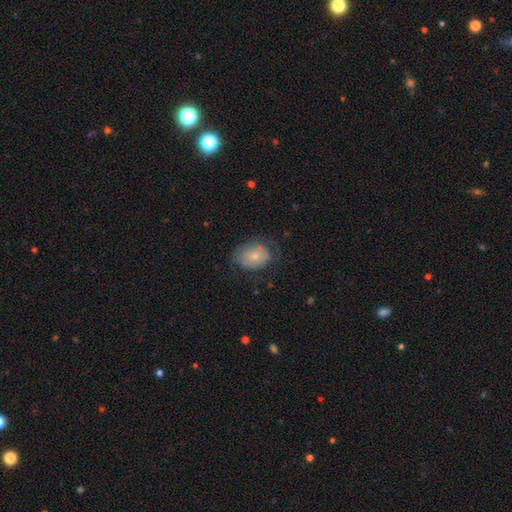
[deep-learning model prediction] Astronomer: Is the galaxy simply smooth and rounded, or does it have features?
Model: smooth — 65%.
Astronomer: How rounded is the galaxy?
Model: in between — 62% (runner-up: round, 37%).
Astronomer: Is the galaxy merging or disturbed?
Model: none — 56%.